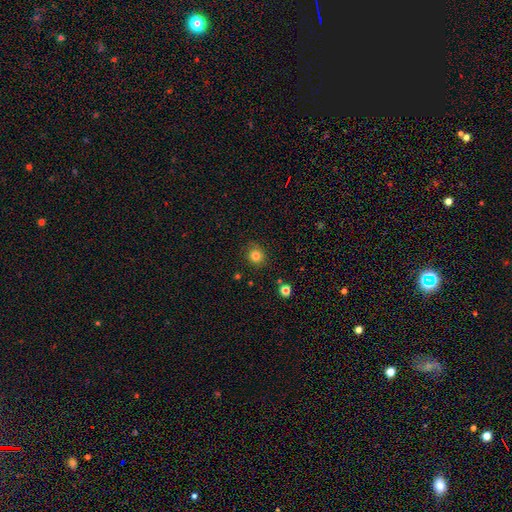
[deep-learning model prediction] Smooth or featured? Predicted: smooth (p=0.82). How rounded? Predicted: round (p=0.85). Merging? Predicted: none (p=0.87).